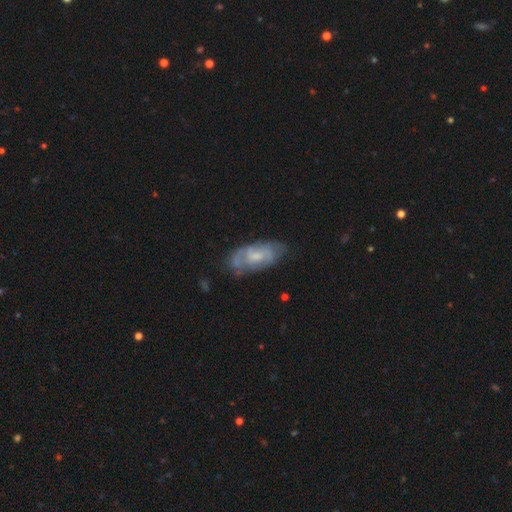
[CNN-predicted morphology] This is likely a featured or disk galaxy (62%). It is clearly not viewed edge-on (92%). Bar: possibly no (58%). Spiral arm pattern: likely yes (71%). Central bulge: possibly small (45%). Merging: likely none (60%).